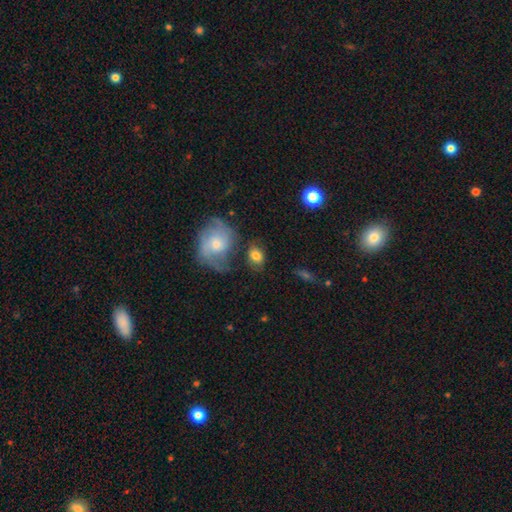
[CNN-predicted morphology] A smooth galaxy with no disk features (75%) that is in between round and cigar-shaped (64%).

Vote fractions:
- Smooth or featured? smooth: 75% / featured or disk: 17% / star or artifact: 8%
- How rounded? in between: 64% / round: 35% / cigar-shaped: 2%
- Merging? none: 59% / minor disturbance: 18% / merger: 14% / major disturbance: 8%